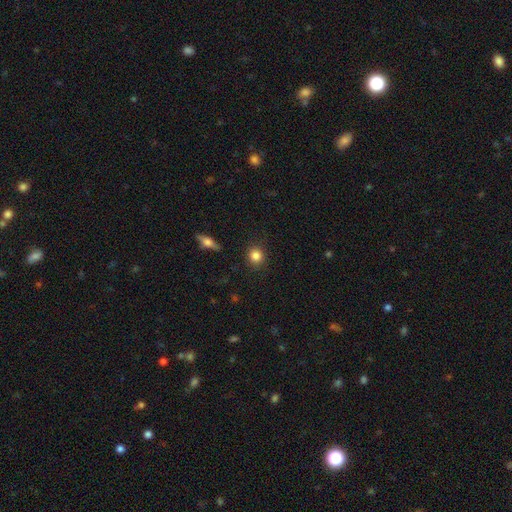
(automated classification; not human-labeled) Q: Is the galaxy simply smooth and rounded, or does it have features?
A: smooth — 84%.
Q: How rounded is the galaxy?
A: round — 88%.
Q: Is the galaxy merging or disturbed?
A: none — 88%.